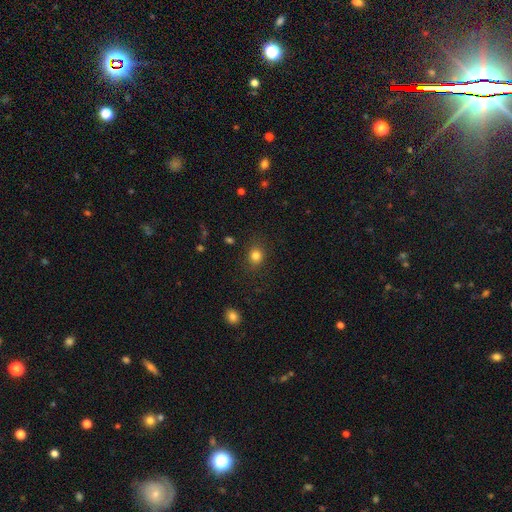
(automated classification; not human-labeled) Smooth or featured? Predicted: smooth (p=0.82). How rounded? Predicted: round (p=0.72). Merging? Predicted: none (p=0.85).